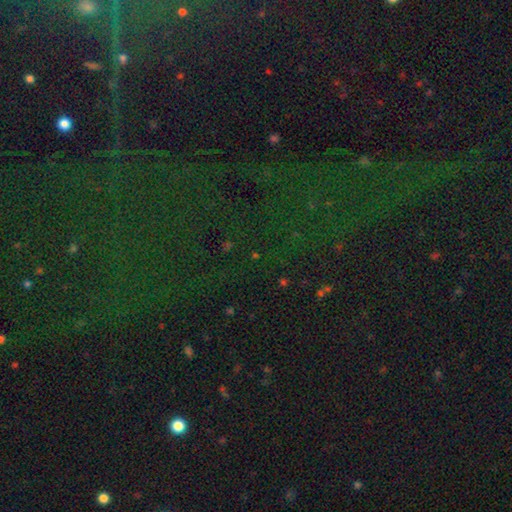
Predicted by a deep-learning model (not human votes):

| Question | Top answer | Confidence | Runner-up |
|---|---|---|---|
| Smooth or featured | star or artifact | 75% | smooth (18%) |